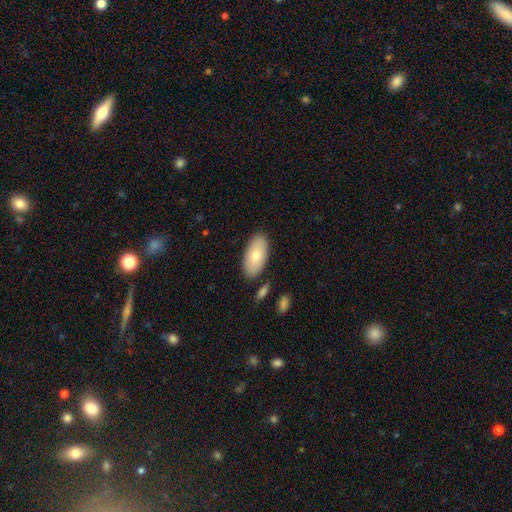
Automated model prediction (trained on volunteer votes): Smooth or featured? smooth (78%)
How rounded? in between (95%)
Merging? none (85%)